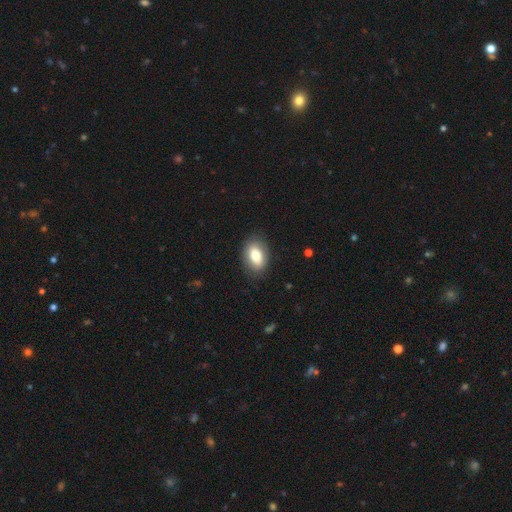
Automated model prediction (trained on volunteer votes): Morphology: type=smooth (79%); roundness=in between (87%); merging=none (84%).